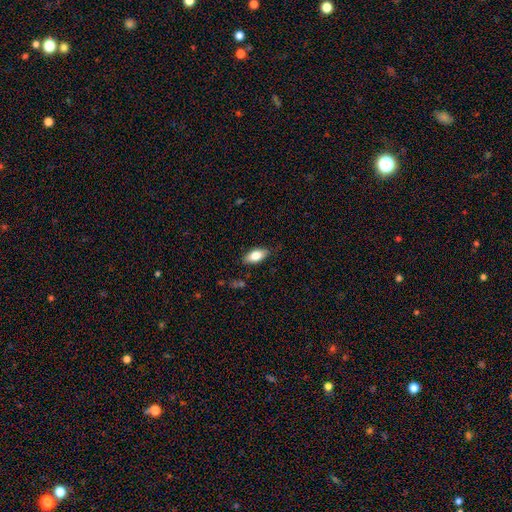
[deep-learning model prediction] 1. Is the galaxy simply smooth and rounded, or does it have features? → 82% smooth, 11% featured or disk, 7% star or artifact.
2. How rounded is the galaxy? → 90% in between, 7% cigar-shaped, 3% round.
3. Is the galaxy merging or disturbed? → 83% none, 13% minor disturbance, 3% major disturbance, 1% merger.